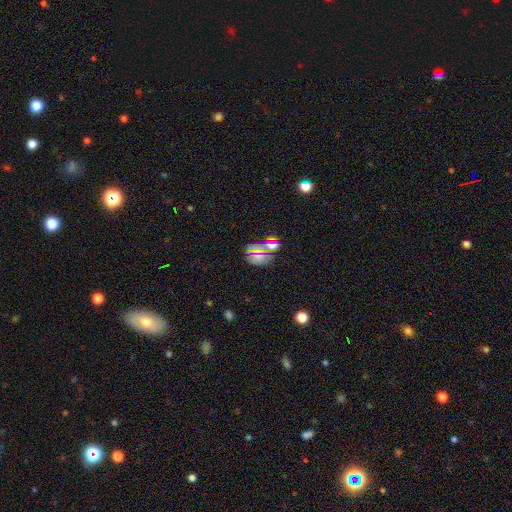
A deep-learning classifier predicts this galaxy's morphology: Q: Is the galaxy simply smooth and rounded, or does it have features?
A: smooth — 54%.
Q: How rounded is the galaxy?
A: in between — 52%.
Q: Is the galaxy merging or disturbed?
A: none — 52%.